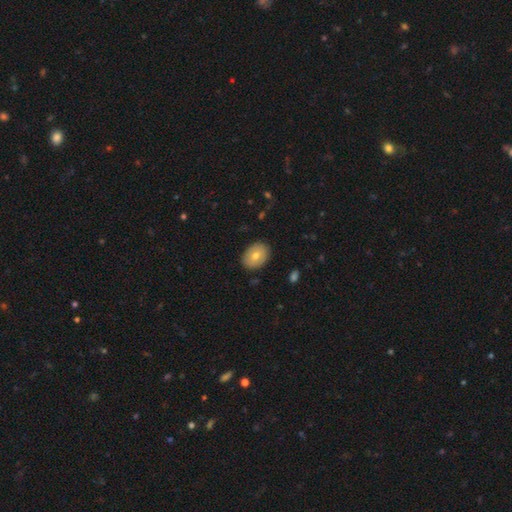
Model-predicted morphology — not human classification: smooth 72%, featured or disk 21%, star or artifact 7%. Down the decision tree: how rounded — in between (73%); merging — none (87%).